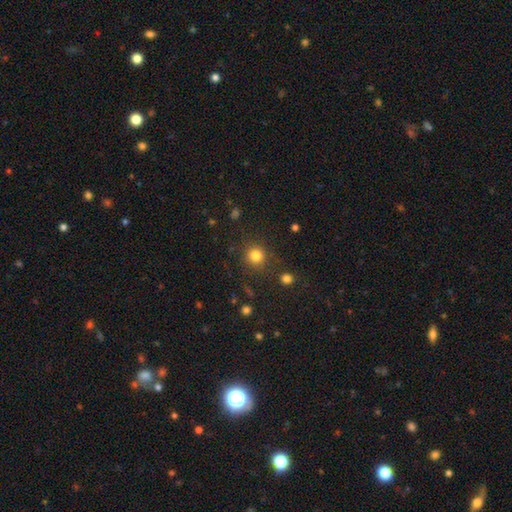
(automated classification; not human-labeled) Smooth or featured: smooth — 82% (star or artifact — 13%)
How rounded: round — 92% (in between — 7%)
Merging: none — 85% (minor disturbance — 8%)